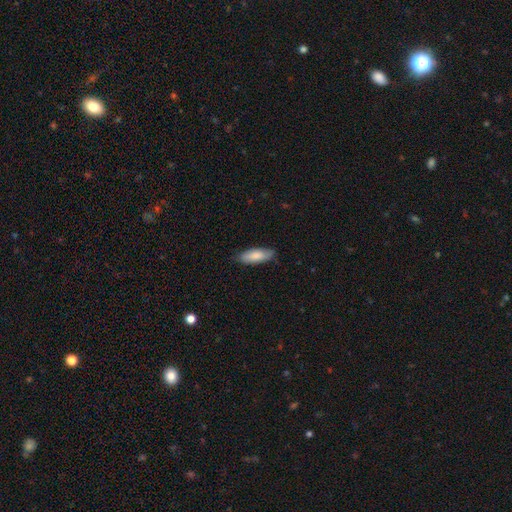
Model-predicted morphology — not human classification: Q: Smooth or featured?
A: smooth (80%); runner-up: featured or disk (15%)
Q: How rounded?
A: in between (69%); runner-up: cigar-shaped (30%)
Q: Merging?
A: none (81%); runner-up: minor disturbance (16%)